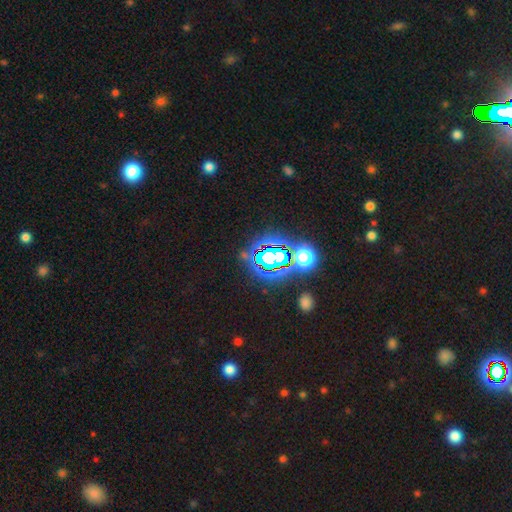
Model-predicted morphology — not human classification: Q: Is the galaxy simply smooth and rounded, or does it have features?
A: star or artifact — 81%.